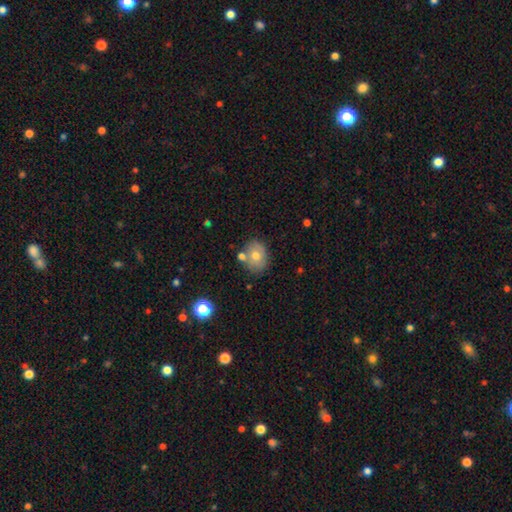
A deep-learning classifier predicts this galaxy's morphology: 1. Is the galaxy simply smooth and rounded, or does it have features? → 67% smooth, 23% featured or disk, 10% star or artifact.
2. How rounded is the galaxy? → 51% round, 48% in between, 1% cigar-shaped.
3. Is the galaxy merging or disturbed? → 67% none, 15% minor disturbance, 14% merger, 4% major disturbance.